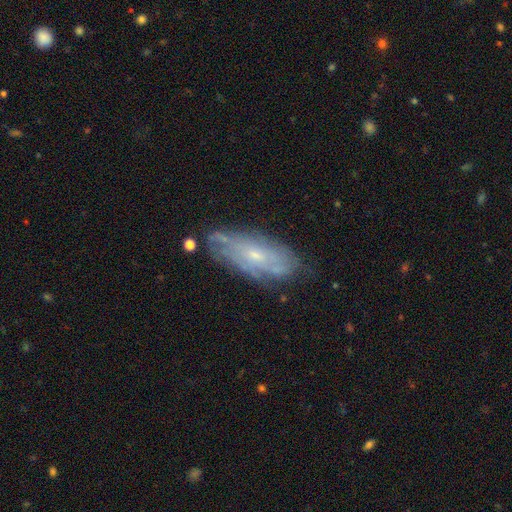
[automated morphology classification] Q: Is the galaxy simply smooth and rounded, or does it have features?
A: featured or disk — 67%.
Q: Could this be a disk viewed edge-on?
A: no — 85%.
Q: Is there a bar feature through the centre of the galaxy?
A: no — 75%.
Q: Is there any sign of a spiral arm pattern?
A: yes — 75%.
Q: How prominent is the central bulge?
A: small — 70%.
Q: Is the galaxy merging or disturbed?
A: none — 69%.